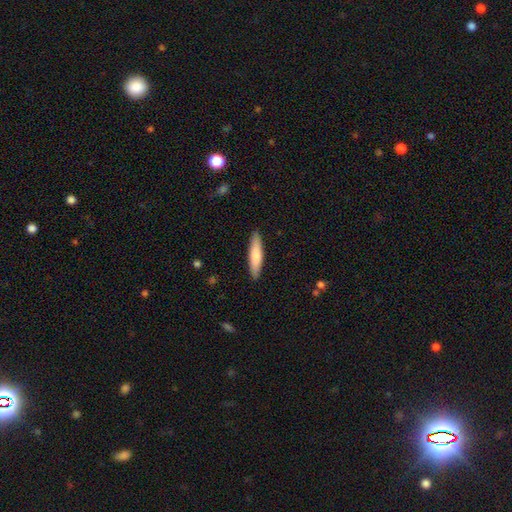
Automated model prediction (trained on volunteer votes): A smooth galaxy with no disk features (74%) that is cigar-shaped (80%).

Vote fractions:
- Smooth or featured? smooth: 74% / featured or disk: 21% / star or artifact: 5%
- How rounded? cigar-shaped: 80% / in between: 18% / round: 1%
- Merging? none: 90% / minor disturbance: 8% / major disturbance: 2% / merger: 1%